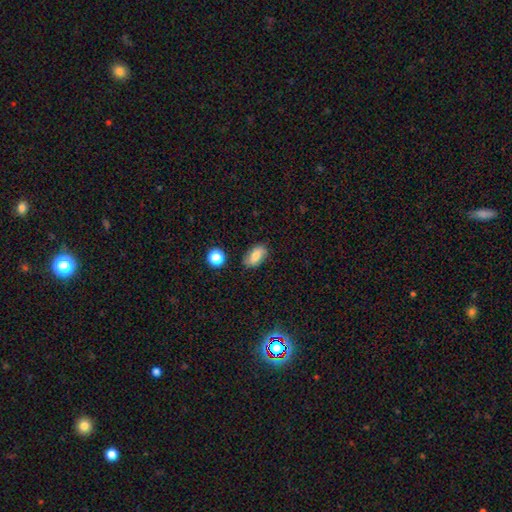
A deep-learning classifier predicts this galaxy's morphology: smooth-or-featured: smooth: 75% | featured or disk: 16% | star or artifact: 10%
  how-rounded: in between: 88% | round: 8% | cigar-shaped: 4%
  merging: none: 77% | minor disturbance: 17% | major disturbance: 4% | merger: 3%